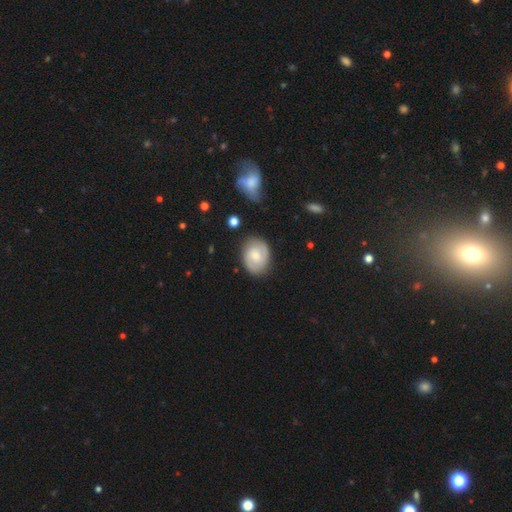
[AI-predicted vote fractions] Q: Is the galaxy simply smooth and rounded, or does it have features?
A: featured or disk — 58%.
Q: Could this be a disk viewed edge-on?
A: no — 97%.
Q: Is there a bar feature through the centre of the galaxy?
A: no — 52%.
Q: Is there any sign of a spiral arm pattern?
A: yes — 87%.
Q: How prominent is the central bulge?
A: moderate — 49%.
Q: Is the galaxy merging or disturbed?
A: none — 80%.